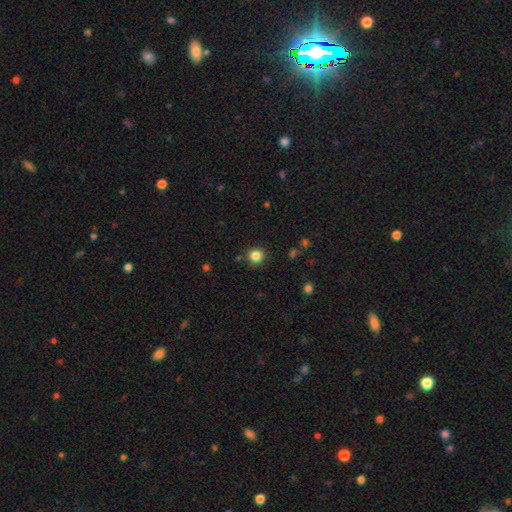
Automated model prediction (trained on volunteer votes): This appears to be a smooth galaxy with no disk features (84%) that is round (93%). Merging: none (88%).